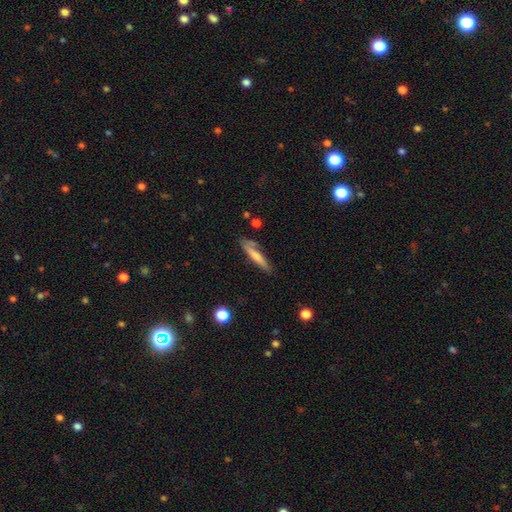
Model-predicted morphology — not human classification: smooth_or_featured: smooth (p=0.63) [alt: featured or disk p=0.31]
how_rounded: cigar-shaped (p=0.86) [alt: in between p=0.12]
merging: none (p=0.70) [alt: minor disturbance p=0.20]